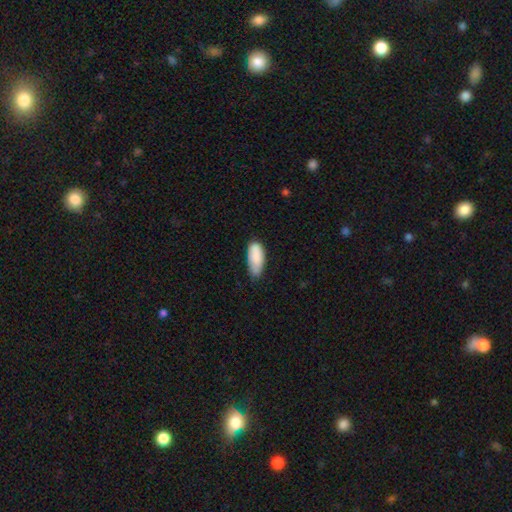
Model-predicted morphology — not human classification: smooth 88%, star or artifact 6%, featured or disk 6%. Down the decision tree: how rounded — in between (86%); merging — none (61%).